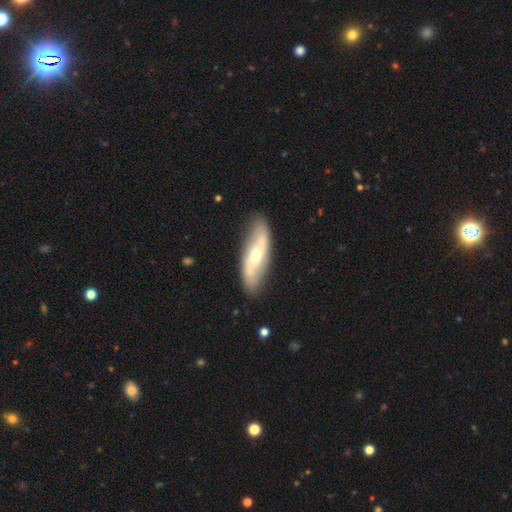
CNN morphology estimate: This appears to be a featured or disk galaxy (59%). Merging: none (83%).